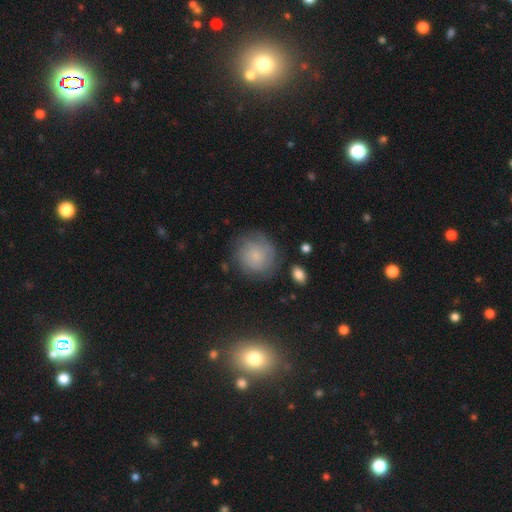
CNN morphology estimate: Smooth or featured?
  - smooth: 56% *
  - featured or disk: 34%
  - star or artifact: 10%
How rounded?
  - round: 90% *
  - in between: 9%
  - cigar-shaped: 1%
Merging?
  - none: 75% *
  - minor disturbance: 17%
  - major disturbance: 7%
  - merger: 2%